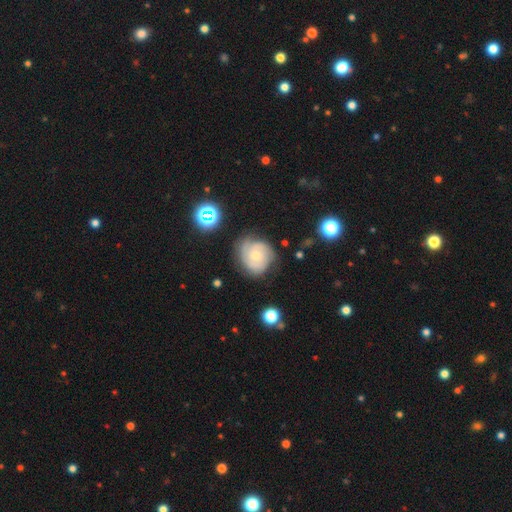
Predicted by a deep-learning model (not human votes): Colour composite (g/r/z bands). It shows a featured or disk galaxy (70%) with no bar (74%), 2 (34%) tight (56%) spiral arms (90%) and a moderate central bulge (54%). Merging: none (62%).